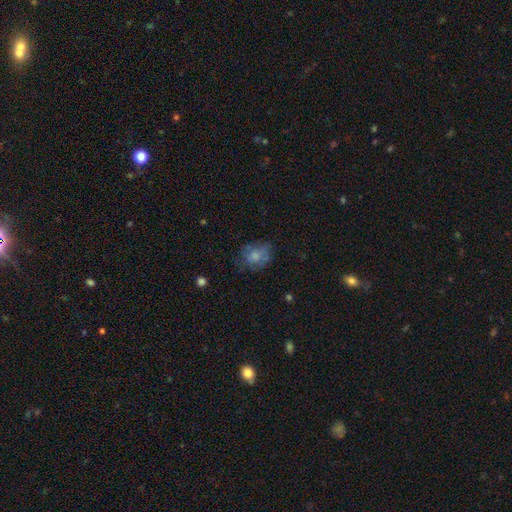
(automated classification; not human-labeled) Smooth or featured? Predicted: smooth (p=0.65). How rounded? Predicted: round (p=0.53). Merging? Predicted: none (p=0.55).